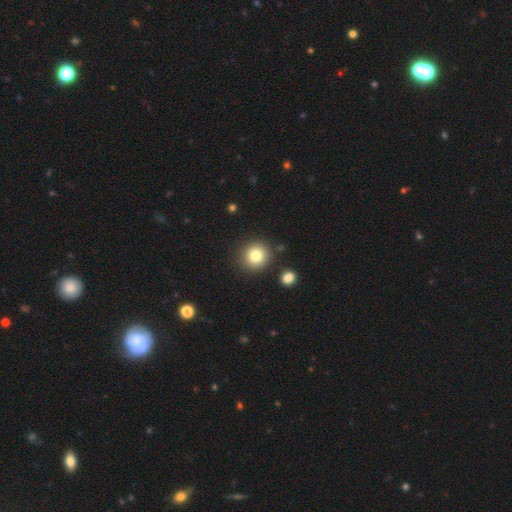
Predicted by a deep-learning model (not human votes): Smooth or featured? smooth (81%)
How rounded? round (92%)
Merging? none (85%)